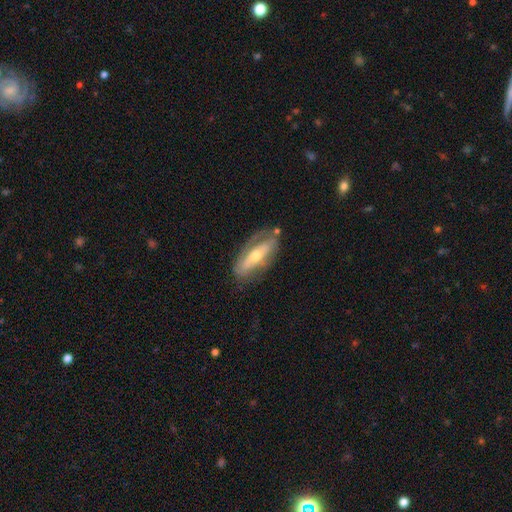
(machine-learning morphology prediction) The model was most divided on "smooth or featured": featured or disk: 64%, smooth: 30%, star or artifact: 6%. More confident: edge-on disk — no (70%); merging — none (64%).